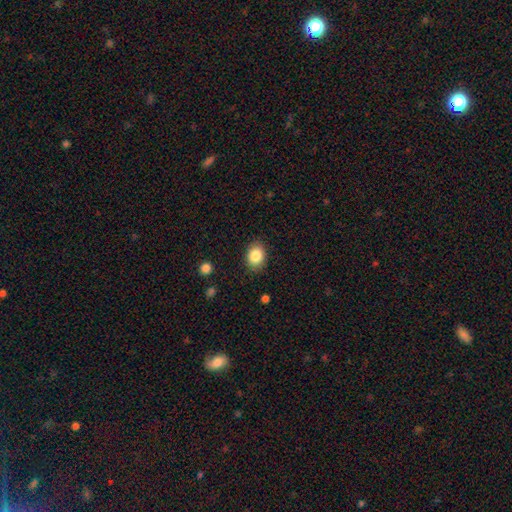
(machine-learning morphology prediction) The model was most divided on "how rounded": in between: 62%, round: 37%, cigar-shaped: 1%. More confident: smooth or featured — smooth (86%); merging — none (86%).